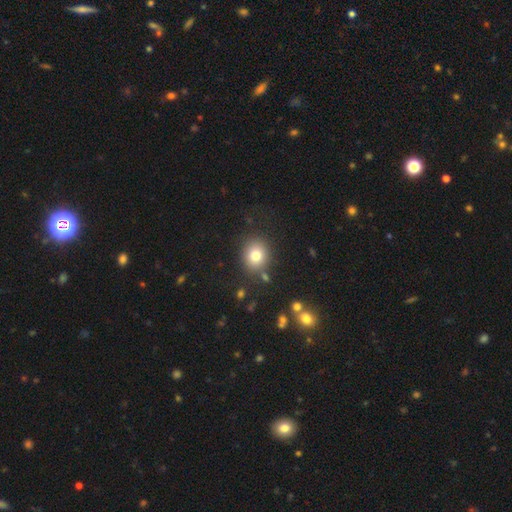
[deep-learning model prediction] This is likely a smooth galaxy (79%). How rounded: likely round (77%). Merging: clearly none (83%).